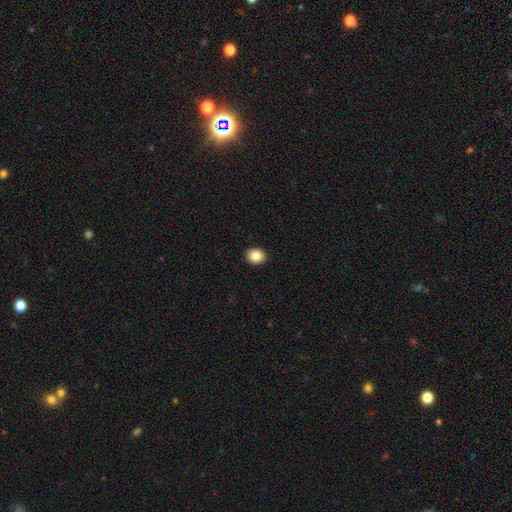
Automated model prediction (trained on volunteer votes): Morphology: type=smooth (86%); roundness=round (61%); merging=none (92%).